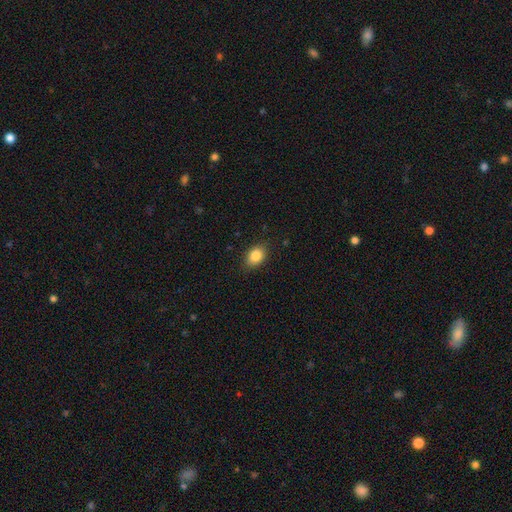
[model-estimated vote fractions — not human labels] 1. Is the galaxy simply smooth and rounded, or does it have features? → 85% smooth, 9% star or artifact, 6% featured or disk.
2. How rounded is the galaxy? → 72% in between, 27% round, 1% cigar-shaped.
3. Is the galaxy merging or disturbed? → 84% none, 13% minor disturbance, 3% major disturbance, 1% merger.